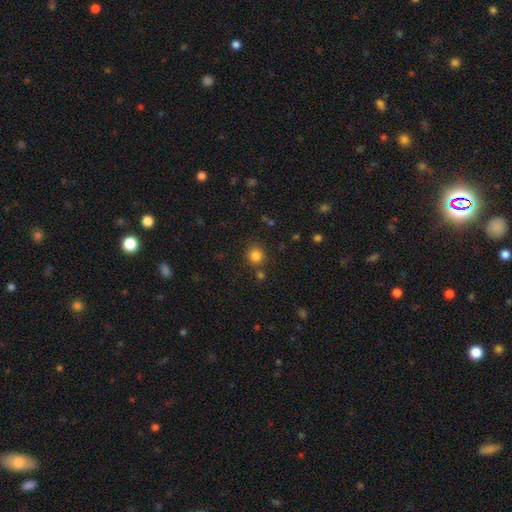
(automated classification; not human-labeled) This is clearly a smooth galaxy (83%). How rounded: clearly round (89%). Merging: clearly none (81%).